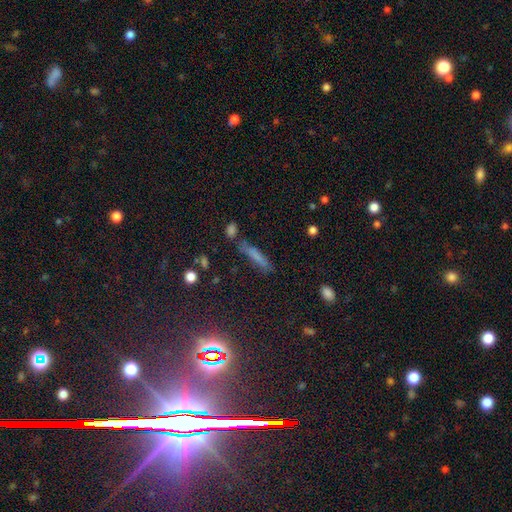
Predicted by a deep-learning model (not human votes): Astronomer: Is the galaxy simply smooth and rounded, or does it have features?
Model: smooth — 63%.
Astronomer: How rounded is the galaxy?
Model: cigar-shaped — 88%.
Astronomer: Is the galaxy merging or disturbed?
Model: none — 68%.